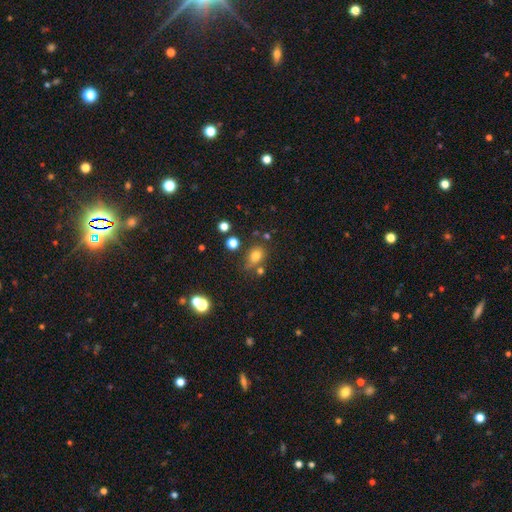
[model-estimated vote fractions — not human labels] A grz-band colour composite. It shows a smooth galaxy with no disk features (75%) that is in between round and cigar-shaped (58%). Merging: none (63%).